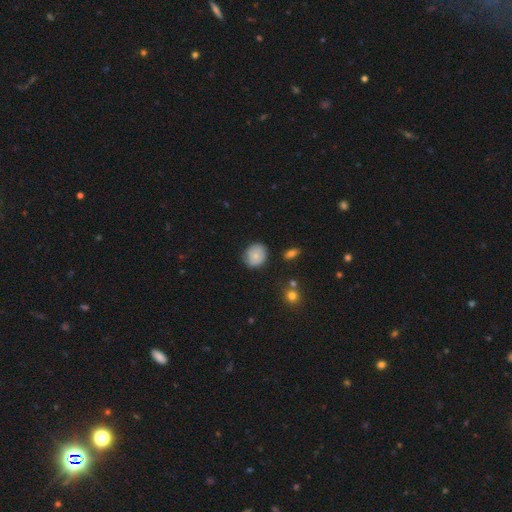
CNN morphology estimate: This is likely a smooth galaxy (72%). How rounded: likely round (71%). Merging: likely none (74%).